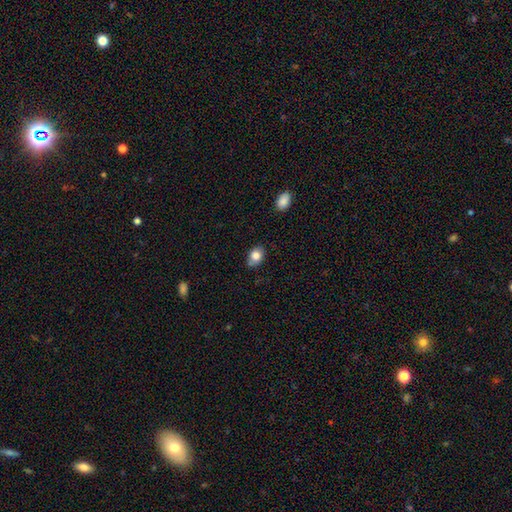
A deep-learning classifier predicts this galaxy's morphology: A smooth galaxy with no disk features (82%) that is in between round and cigar-shaped (71%). Merging: none (74%).